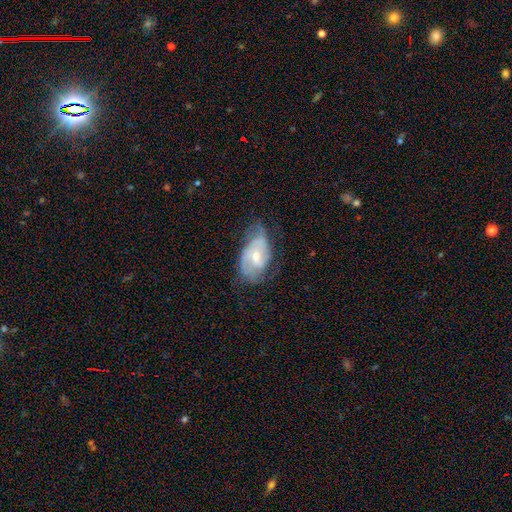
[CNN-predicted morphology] Overall: featured or disk (69%). Edge-on disk: no (95%). Bar: no (50%; weak 42%). Spiral arms: yes (84%). Spiral arm count: 2 (52%; can't tell 29%). Spiral winding: medium (43%; tight 37%). Bulge size: moderate (55%; small 40%). Merging: none (47%; minor disturbance 34%).